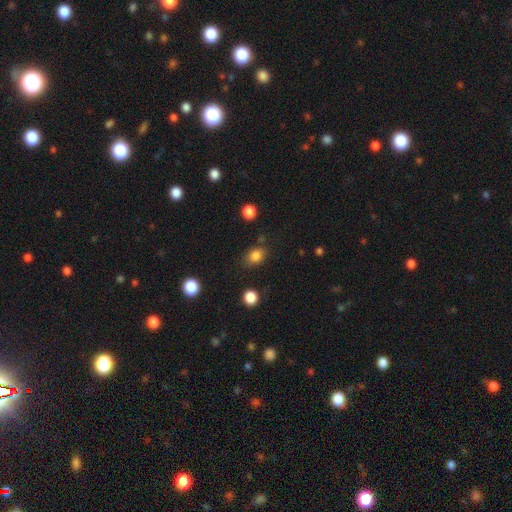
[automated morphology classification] Smooth or featured?
  - smooth: 83% *
  - star or artifact: 11%
  - featured or disk: 6%
How rounded?
  - in between: 59% *
  - round: 40%
  - cigar-shaped: 1%
Merging?
  - none: 76% *
  - minor disturbance: 15%
  - major disturbance: 4%
  - merger: 4%